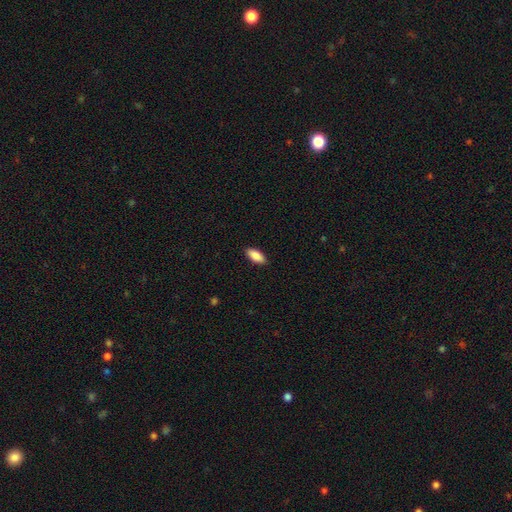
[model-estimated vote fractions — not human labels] Q: Smooth or featured?
A: smooth (88%); runner-up: featured or disk (6%)
Q: How rounded?
A: in between (86%); runner-up: cigar-shaped (12%)
Q: Merging?
A: none (90%); runner-up: minor disturbance (8%)